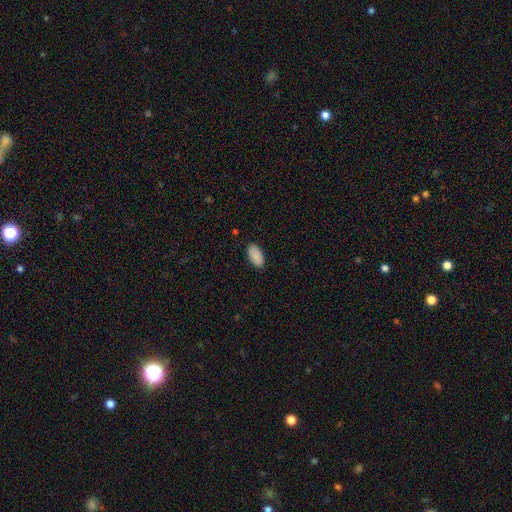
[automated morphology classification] smooth 89%, star or artifact 6%, featured or disk 5%. Down the decision tree: how rounded — in between (95%); merging — none (88%).